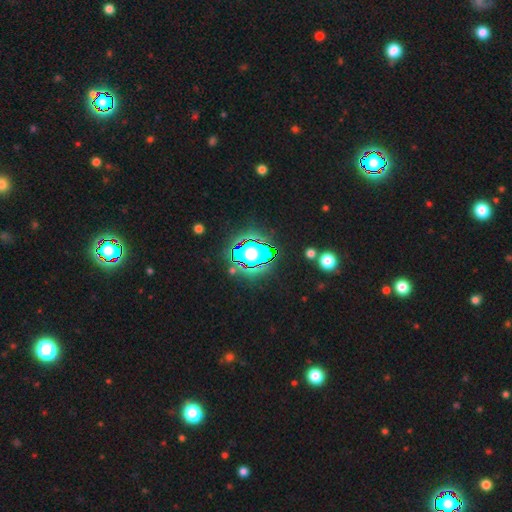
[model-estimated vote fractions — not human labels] Smooth or featured?
  - star or artifact: 82% *
  - smooth: 11%
  - featured or disk: 7%